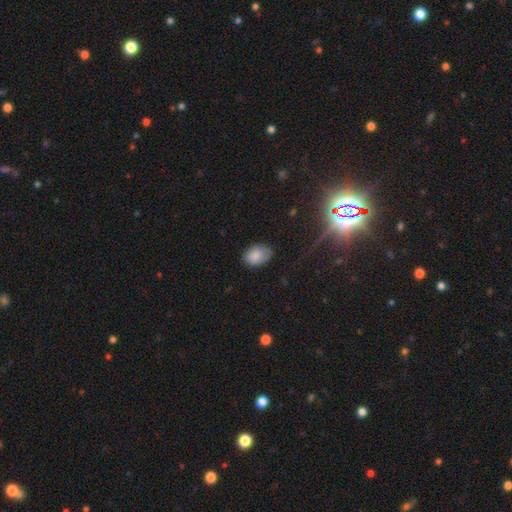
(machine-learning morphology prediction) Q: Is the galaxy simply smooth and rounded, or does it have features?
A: smooth — 84%.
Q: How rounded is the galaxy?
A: in between — 81%.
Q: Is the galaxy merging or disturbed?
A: none — 74%.